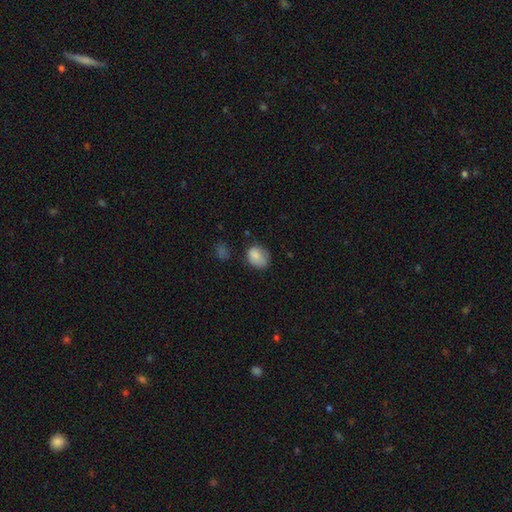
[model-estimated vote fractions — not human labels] smooth-or-featured: smooth: 81% | featured or disk: 10% | star or artifact: 9%
  how-rounded: in between: 61% | round: 38% | cigar-shaped: 1%
  merging: none: 56% | minor disturbance: 31% | major disturbance: 10% | merger: 3%